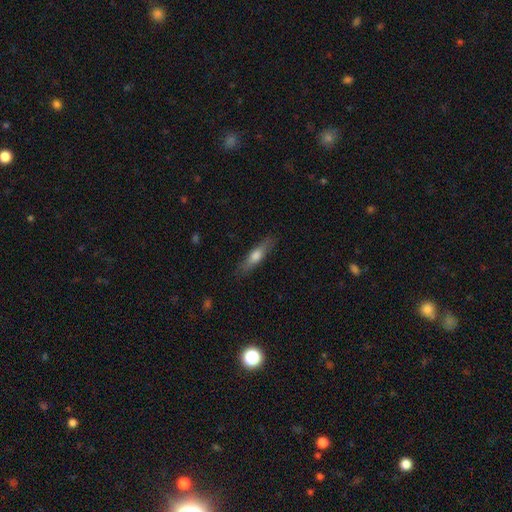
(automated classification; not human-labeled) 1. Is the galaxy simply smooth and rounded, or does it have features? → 58% smooth, 35% featured or disk, 6% star or artifact.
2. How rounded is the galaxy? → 73% cigar-shaped, 25% in between, 2% round.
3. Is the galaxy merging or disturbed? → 84% none, 12% minor disturbance, 3% major disturbance, 1% merger.